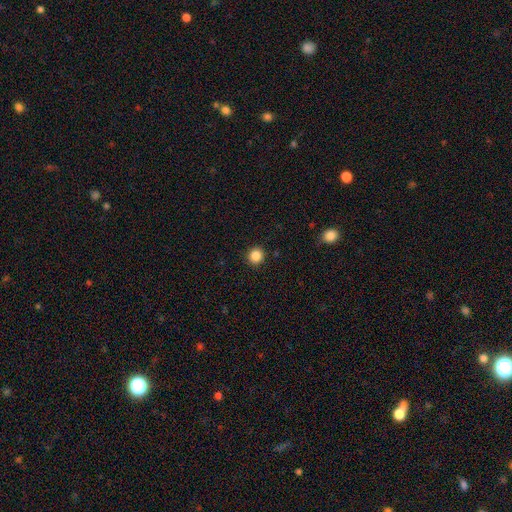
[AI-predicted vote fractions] smooth-or-featured: smooth: 86% | star or artifact: 11% | featured or disk: 3%
  how-rounded: round: 94% | in between: 5% | cigar-shaped: 1%
  merging: none: 93% | minor disturbance: 5% | major disturbance: 2% | merger: 1%